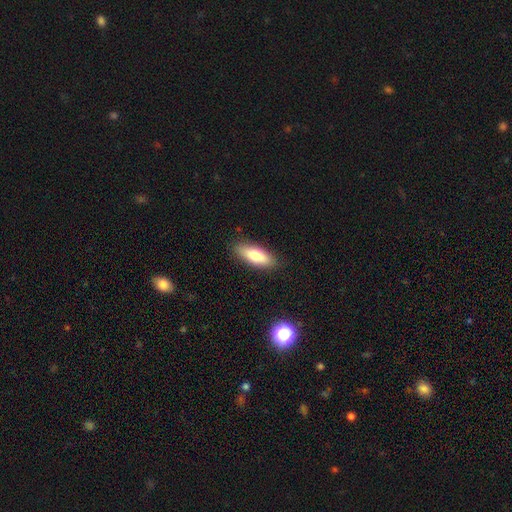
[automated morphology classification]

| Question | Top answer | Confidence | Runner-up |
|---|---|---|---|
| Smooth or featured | smooth | 78% | featured or disk (16%) |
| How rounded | in between | 67% | cigar-shaped (30%) |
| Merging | none | 87% | minor disturbance (10%) |